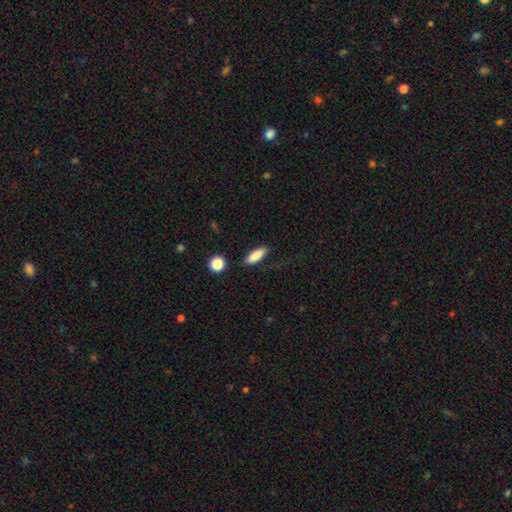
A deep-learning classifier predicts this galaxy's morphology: Smooth or featured? smooth (86%)
How rounded? in between (62%)
Merging? none (80%)